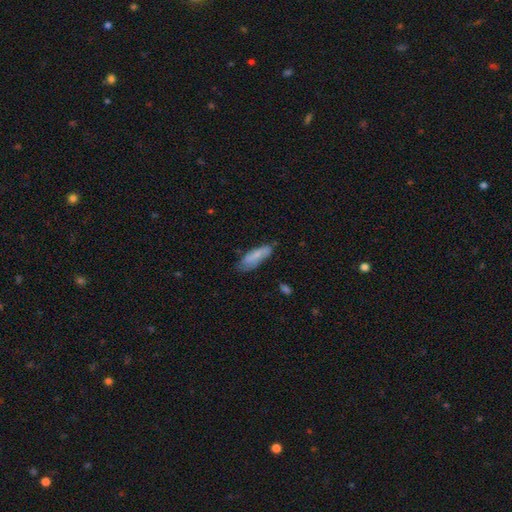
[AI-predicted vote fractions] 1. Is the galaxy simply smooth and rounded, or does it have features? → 70% smooth, 24% featured or disk, 7% star or artifact.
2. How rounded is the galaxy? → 51% in between, 47% cigar-shaped, 2% round.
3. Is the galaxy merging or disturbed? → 63% none, 28% minor disturbance, 7% major disturbance, 2% merger.